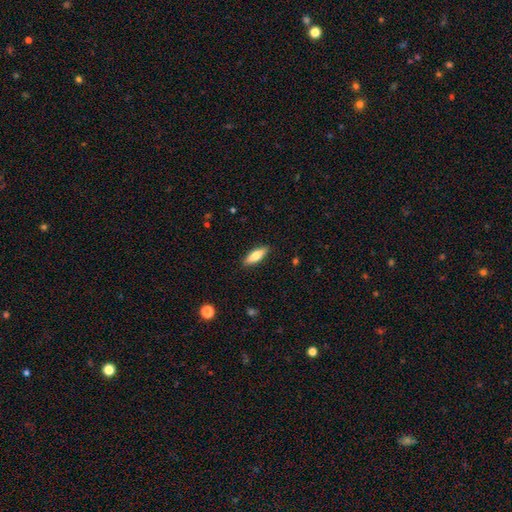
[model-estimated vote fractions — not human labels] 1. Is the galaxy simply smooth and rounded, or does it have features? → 69% smooth, 25% featured or disk, 6% star or artifact.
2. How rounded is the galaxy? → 51% in between, 47% cigar-shaped, 2% round.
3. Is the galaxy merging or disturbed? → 89% none, 8% minor disturbance, 2% major disturbance, 1% merger.